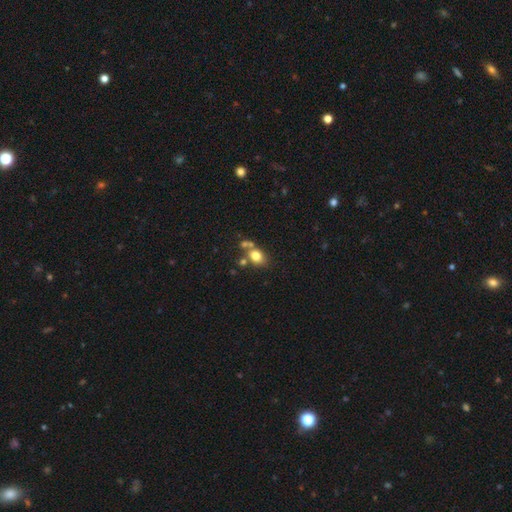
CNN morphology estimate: Q: Smooth or featured?
A: smooth (76%); runner-up: featured or disk (12%)
Q: How rounded?
A: in between (53%); runner-up: round (45%)
Q: Merging?
A: none (52%); runner-up: merger (28%)